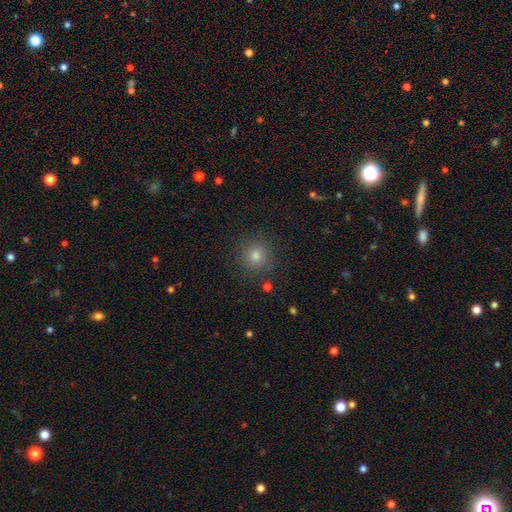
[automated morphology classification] smooth 73%, star or artifact 19%, featured or disk 8%. Down the decision tree: how rounded — round (94%); merging — none (89%).